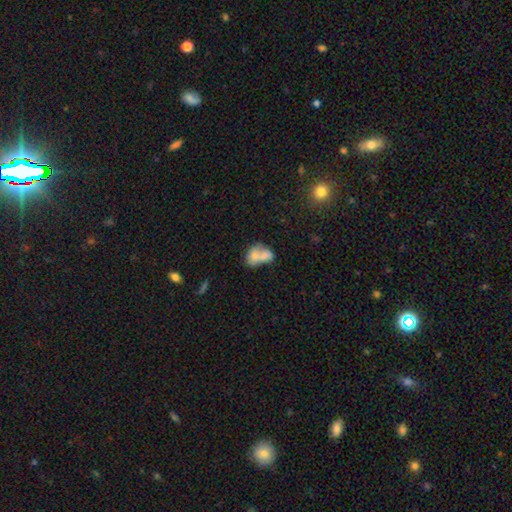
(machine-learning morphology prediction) A smooth galaxy with no disk features (69%) that is in between round and cigar-shaped (71%). Merging: merger (71%).